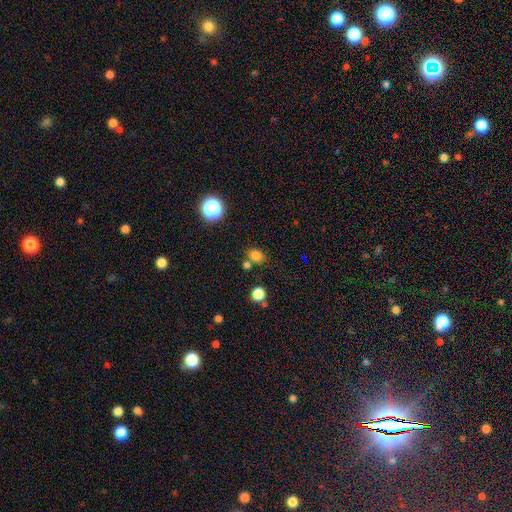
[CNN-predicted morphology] A smooth galaxy with no disk features (77%) that is in between round and cigar-shaped (52%).

Vote fractions:
- Smooth or featured? smooth: 77% / star or artifact: 17% / featured or disk: 6%
- How rounded? in between: 52% / round: 46% / cigar-shaped: 1%
- Merging? none: 69% / merger: 15% / minor disturbance: 12% / major disturbance: 4%